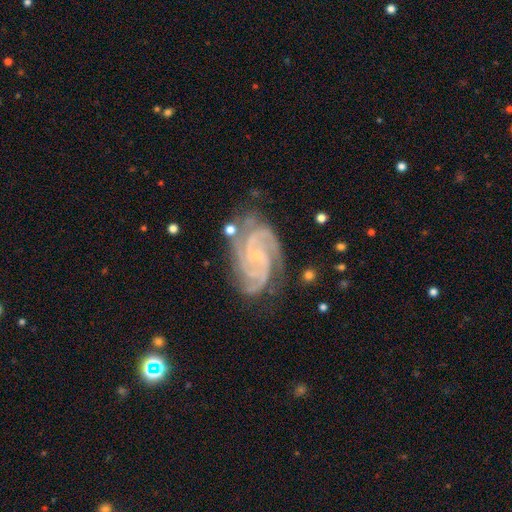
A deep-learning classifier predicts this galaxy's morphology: The model was most divided on "spiral arm count": 3: 41%, 4: 22%, 2: 18%, can't tell: 9%, more than 4: 6%, 1: 5%. More confident: spiral arms — yes (99%); edge-on disk — no (98%); smooth or featured — featured or disk (91%); bulge size — small (80%); merging — none (70%); spiral winding — tight (61%); bar — no (58%).